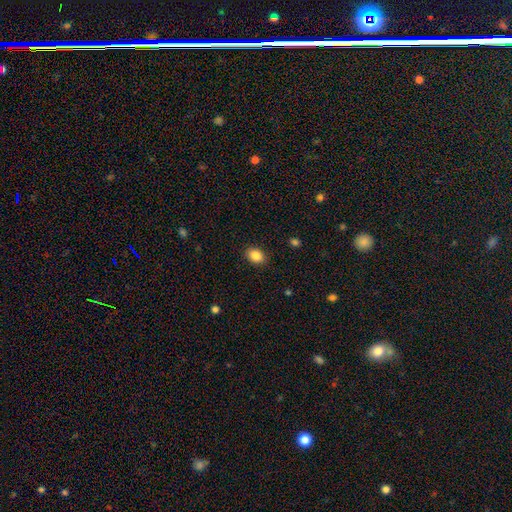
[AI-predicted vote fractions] This is clearly a smooth galaxy (87%). How rounded: likely in between (73%). Merging: clearly none (89%).